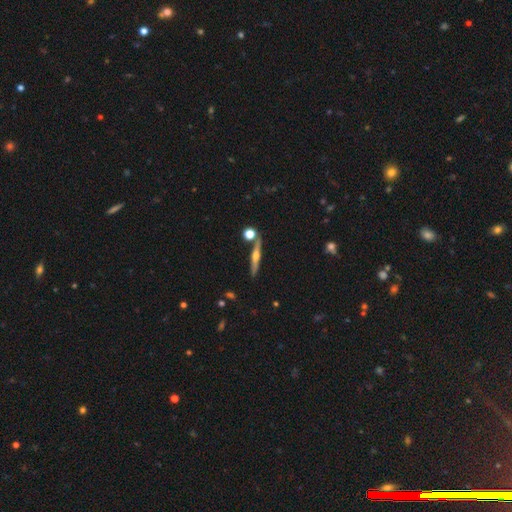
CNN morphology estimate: This is likely a featured or disk galaxy (69%). It is clearly viewed edge-on (97%). Edge-on bulge: clearly rounded (91%). Merging: clearly none (82%).